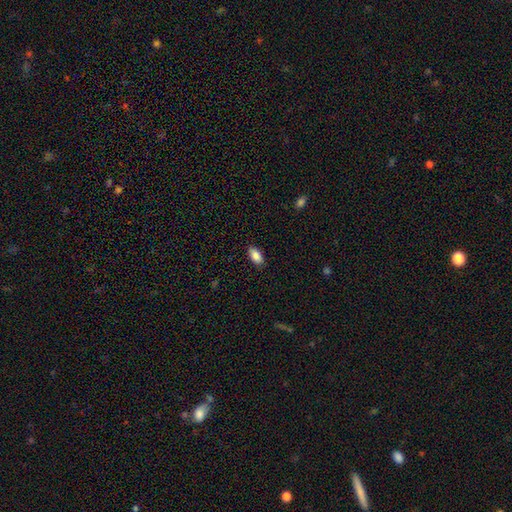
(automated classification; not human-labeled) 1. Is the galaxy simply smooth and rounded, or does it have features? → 87% smooth, 7% star or artifact, 6% featured or disk.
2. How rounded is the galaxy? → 92% in between, 5% cigar-shaped, 3% round.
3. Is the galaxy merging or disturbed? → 88% none, 9% minor disturbance, 2% major disturbance, 1% merger.